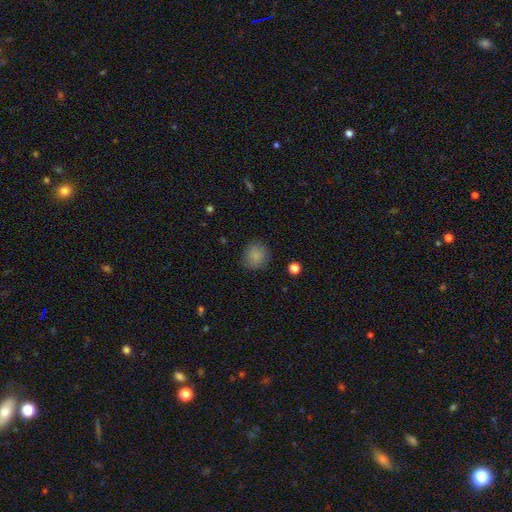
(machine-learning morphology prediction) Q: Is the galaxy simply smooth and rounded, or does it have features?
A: smooth — 85%.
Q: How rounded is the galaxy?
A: round — 88%.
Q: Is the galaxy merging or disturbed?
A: none — 84%.